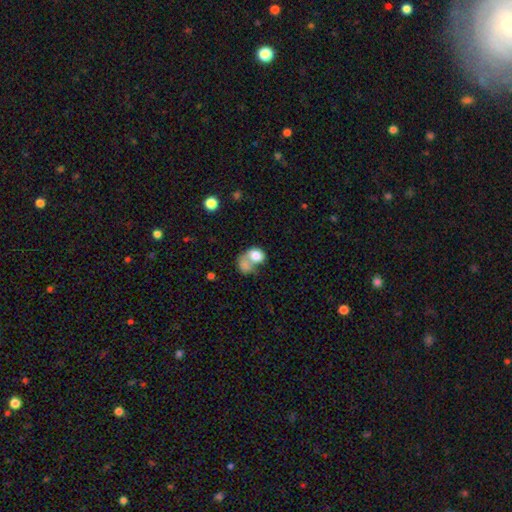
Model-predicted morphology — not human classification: smooth 76%, featured or disk 16%, star or artifact 8%. Down the decision tree: how rounded — in between (57%); merging — merger (66%).